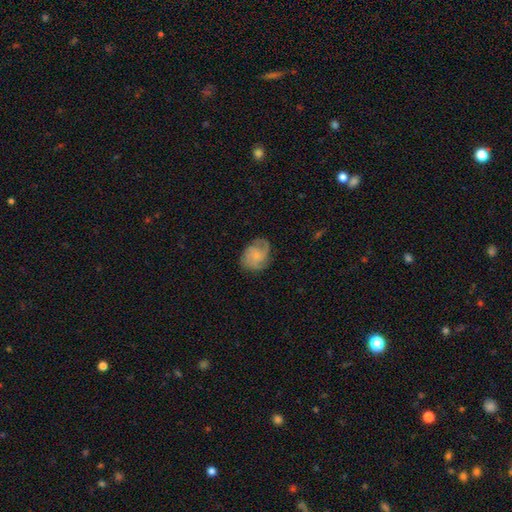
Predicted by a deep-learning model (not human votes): A featured or disk galaxy (56%) with no bar (72%), spiral arms (90%) and a small central bulge (42%).

Vote fractions:
- Smooth or featured? featured or disk: 56% / smooth: 37% / star or artifact: 8%
- Edge-on disk? no: 98% / yes: 2%
- Bar? no: 72% / weak: 25% / strong: 3%
- Spiral arms? yes: 90% / no: 10%
- Bulge size? small: 42% / none: 28% / moderate: 24% / large: 4% / dominant: 1%
- Merging? none: 69% / minor disturbance: 21% / major disturbance: 9% / merger: 1%